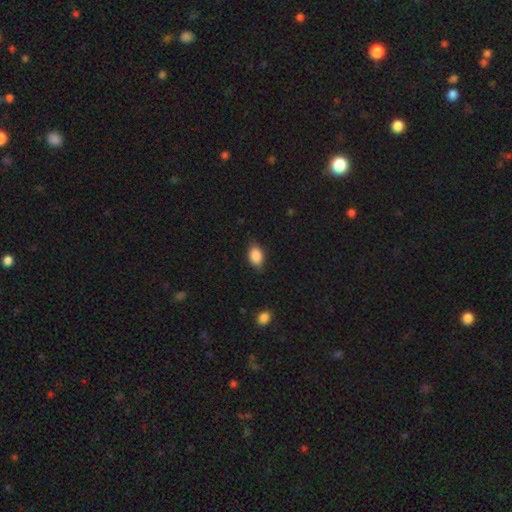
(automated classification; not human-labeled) smooth_or_featured: smooth (p=0.87) [alt: star or artifact p=0.07]
how_rounded: in between (p=0.87) [alt: round p=0.11]
merging: none (p=0.78) [alt: minor disturbance p=0.18]